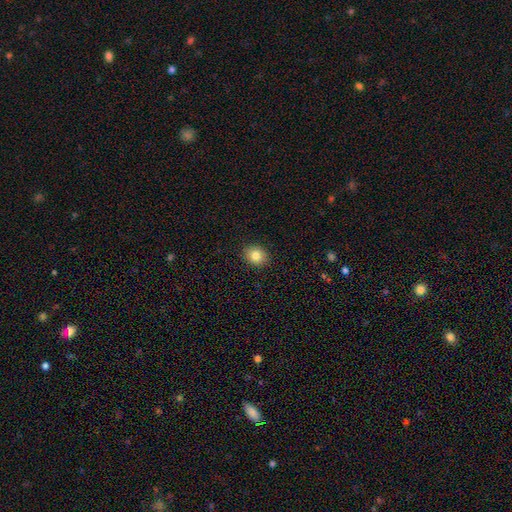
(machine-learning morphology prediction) smooth-or-featured: smooth: 83% | star or artifact: 10% | featured or disk: 7%
  how-rounded: round: 71% | in between: 28% | cigar-shaped: 1%
  merging: none: 91% | minor disturbance: 6% | major disturbance: 2% | merger: 1%